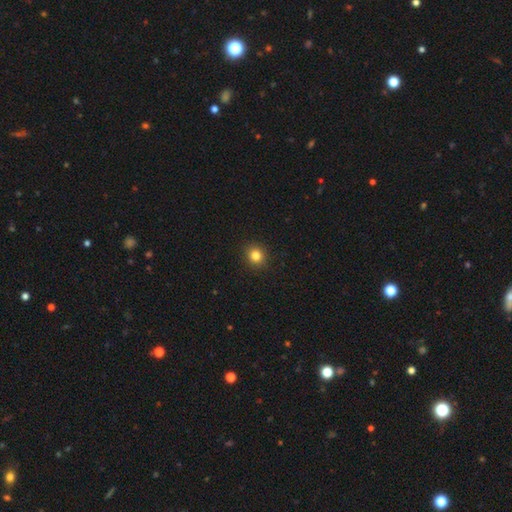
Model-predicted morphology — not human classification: Smooth or featured: smooth — 83% (star or artifact — 12%)
How rounded: round — 86% (in between — 13%)
Merging: none — 92% (minor disturbance — 5%)